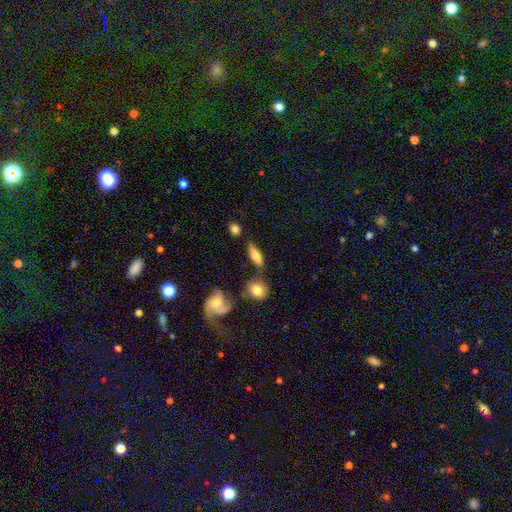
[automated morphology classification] smooth-or-featured: smooth: 67% | featured or disk: 26% | star or artifact: 7%
  how-rounded: in between: 67% | cigar-shaped: 27% | round: 6%
  merging: none: 67% | minor disturbance: 18% | merger: 10% | major disturbance: 6%